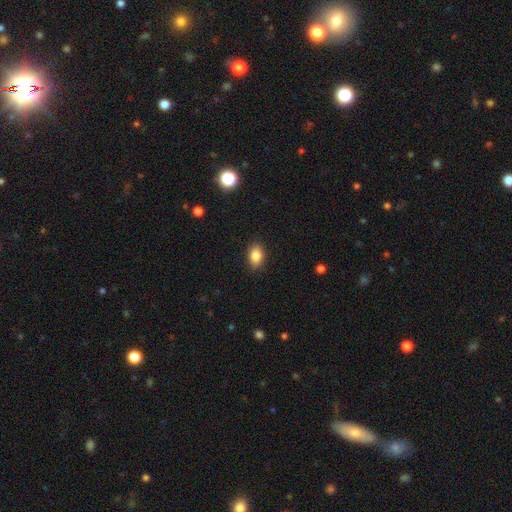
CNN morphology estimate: Smooth or featured?
  - smooth: 85% *
  - star or artifact: 9%
  - featured or disk: 6%
How rounded?
  - in between: 84% *
  - round: 14%
  - cigar-shaped: 2%
Merging?
  - none: 88% *
  - minor disturbance: 9%
  - major disturbance: 2%
  - merger: 1%